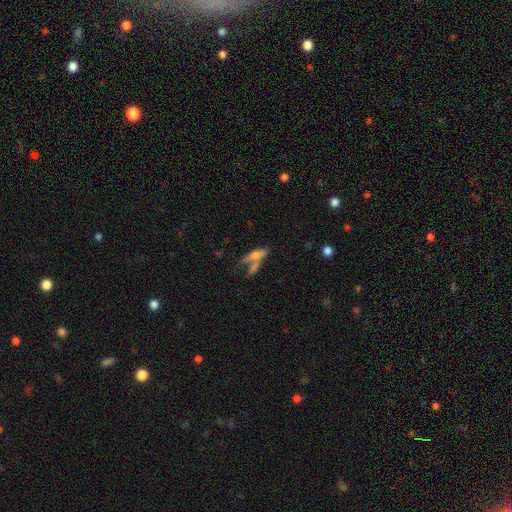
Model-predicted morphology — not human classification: Overall: smooth (55%; featured or disk 34%). How rounded: cigar-shaped (55%; in between 41%). Merging: merger (43%; none 34%).